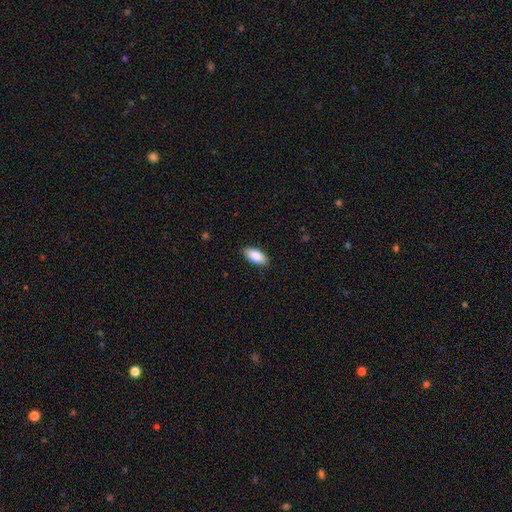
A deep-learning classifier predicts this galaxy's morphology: Smooth or featured: smooth — 86% (featured or disk — 7%)
How rounded: in between — 90% (cigar-shaped — 8%)
Merging: none — 88% (minor disturbance — 10%)